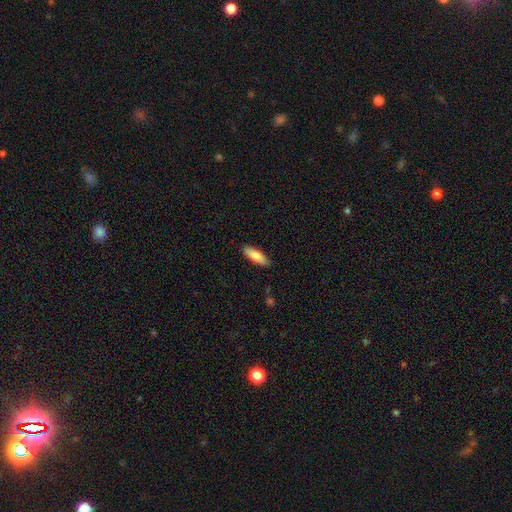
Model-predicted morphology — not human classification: A smooth galaxy with no disk features (81%) that is in between round and cigar-shaped (61%).

Vote fractions:
- Smooth or featured? smooth: 81% / featured or disk: 13% / star or artifact: 6%
- How rounded? in between: 61% / cigar-shaped: 37% / round: 2%
- Merging? none: 87% / minor disturbance: 10% / major disturbance: 2% / merger: 1%